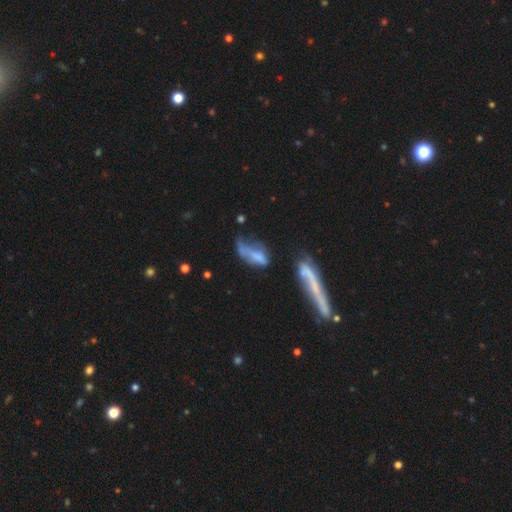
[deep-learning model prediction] Smooth or featured? smooth (51%)
How rounded? in between (71%)
Merging? major disturbance (38%)